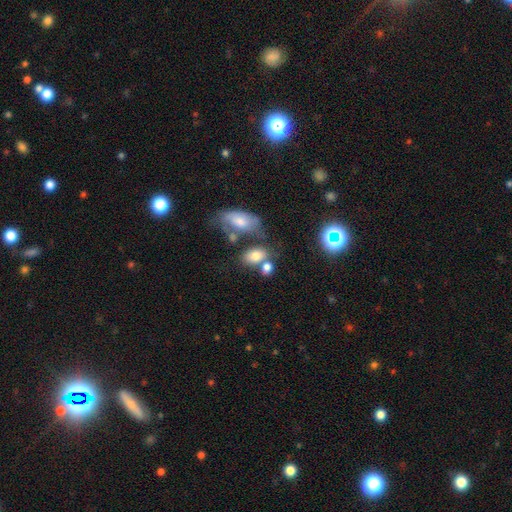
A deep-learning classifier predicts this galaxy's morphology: This appears to be a smooth galaxy with no disk features (75%) that is in between round and cigar-shaped (82%). Merging: none (44%).